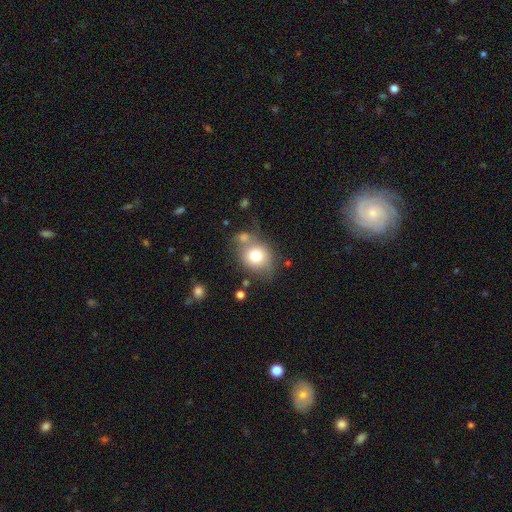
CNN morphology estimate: Smooth or featured?
  - smooth: 75% *
  - featured or disk: 15%
  - star or artifact: 10%
How rounded?
  - round: 65% *
  - in between: 34%
  - cigar-shaped: 1%
Merging?
  - none: 53% *
  - merger: 21%
  - minor disturbance: 18%
  - major disturbance: 8%